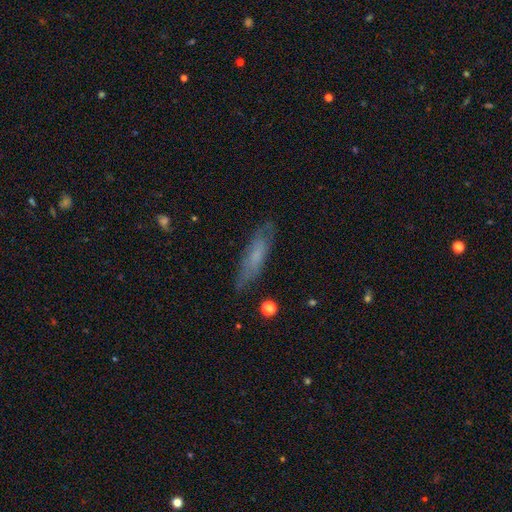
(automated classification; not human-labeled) Smooth or featured? Predicted: smooth (p=0.53). How rounded? Predicted: cigar-shaped (p=0.64). Merging? Predicted: none (p=0.76).